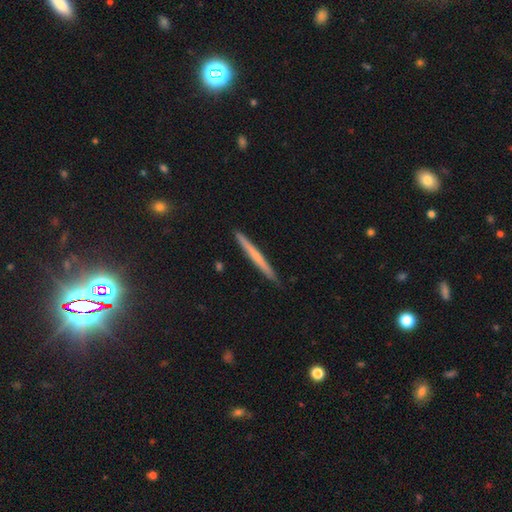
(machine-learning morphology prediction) smooth 53%, featured or disk 41%, star or artifact 6%. Down the decision tree: how rounded — cigar-shaped (97%); merging — none (91%).